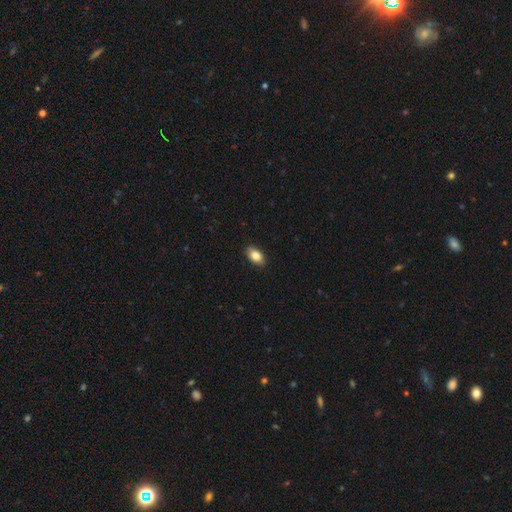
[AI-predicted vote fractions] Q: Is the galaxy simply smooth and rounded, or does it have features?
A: smooth — 84%.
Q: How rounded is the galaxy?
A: in between — 91%.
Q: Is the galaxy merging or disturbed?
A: none — 89%.